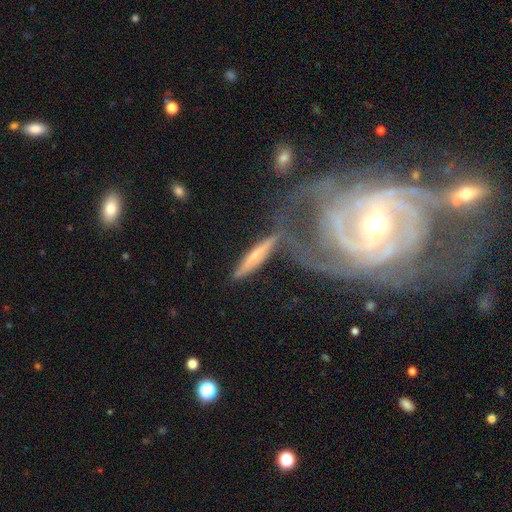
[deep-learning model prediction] The model was most divided on "smooth or featured": smooth: 47%, featured or disk: 45%, star or artifact: 8%. More confident: merging — none (57%).